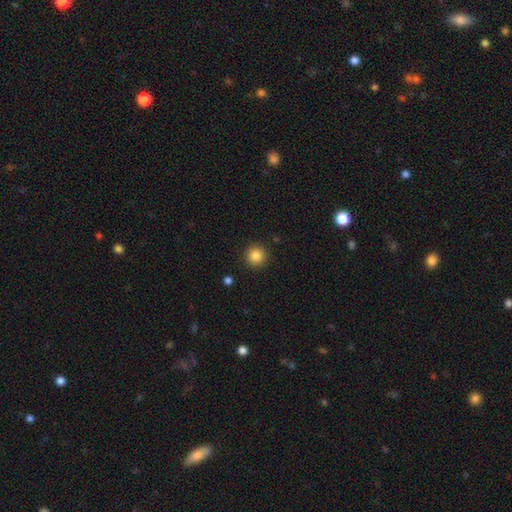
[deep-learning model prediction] Overall: smooth (85%). How rounded: round (94%). Merging: none (91%).